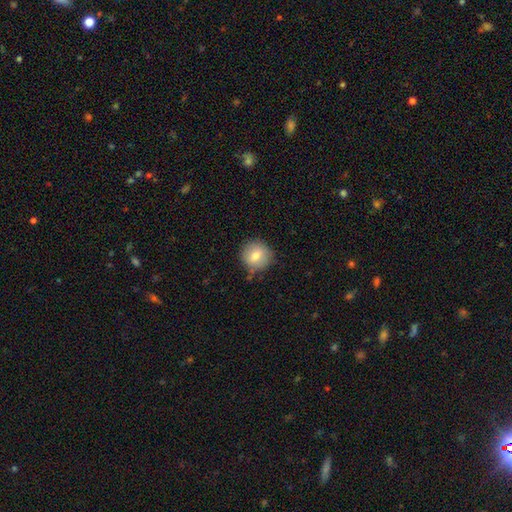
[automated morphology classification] Smooth or featured? smooth (76%)
How rounded? round (92%)
Merging? none (82%)